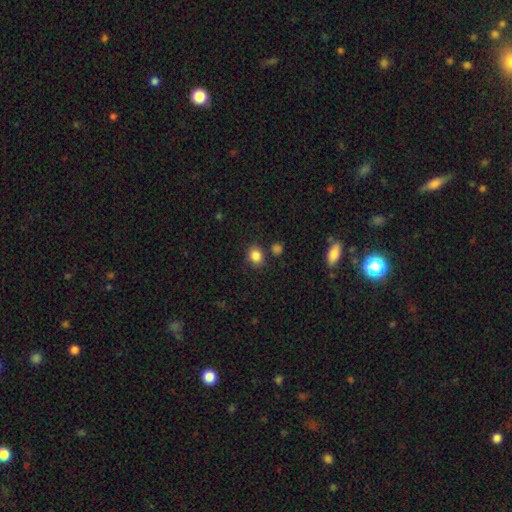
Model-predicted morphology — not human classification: This appears to be a smooth galaxy with no disk features (85%) that is round (67%). Merging: none (81%).